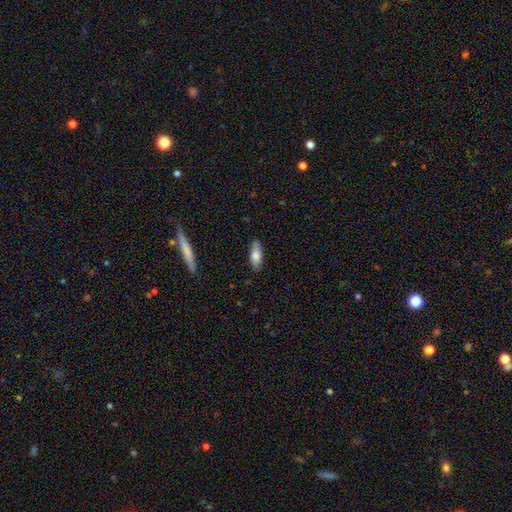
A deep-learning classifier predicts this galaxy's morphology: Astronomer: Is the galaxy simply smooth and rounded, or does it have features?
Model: smooth — 76%.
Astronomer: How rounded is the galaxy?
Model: in between — 74%.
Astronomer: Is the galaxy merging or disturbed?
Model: none — 83%.